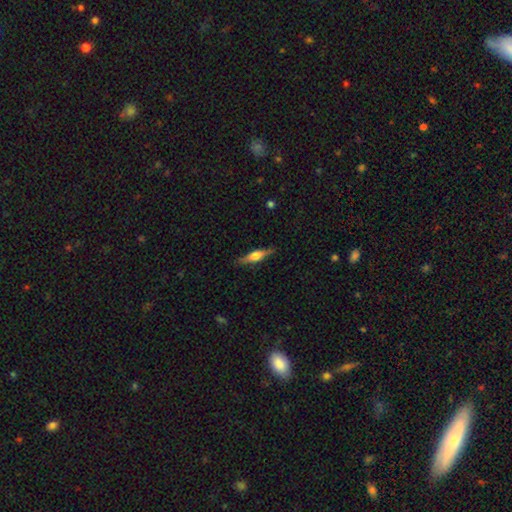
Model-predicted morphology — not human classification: The model was most divided on "smooth or featured": featured or disk: 66%, smooth: 28%, star or artifact: 6%. More confident: edge-on disk — yes (97%); merging — none (87%); edge-on bulge — rounded (86%).